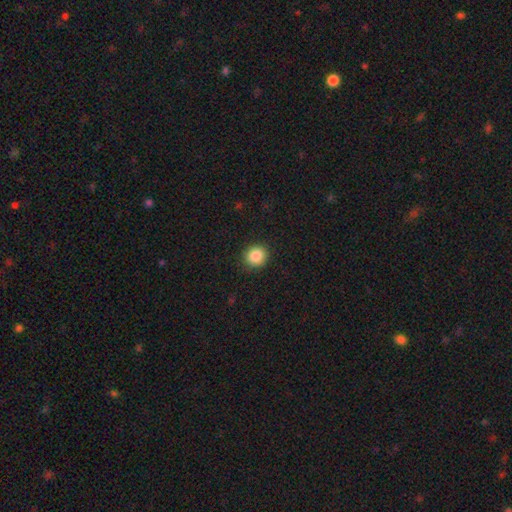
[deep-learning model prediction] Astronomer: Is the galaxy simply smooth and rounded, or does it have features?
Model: smooth — 87%.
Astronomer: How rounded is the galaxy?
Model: round — 86%.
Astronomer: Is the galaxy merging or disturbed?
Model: none — 91%.